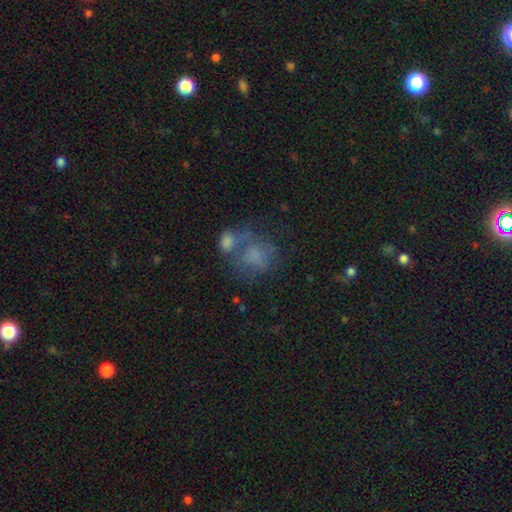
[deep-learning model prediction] Smooth or featured? smooth (62%)
How rounded? round (62%)
Merging? merger (36%)